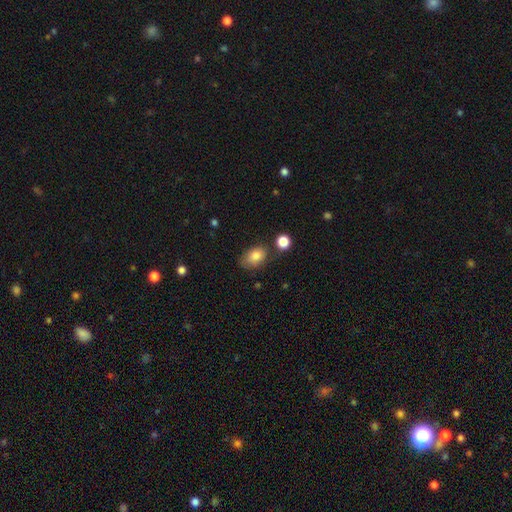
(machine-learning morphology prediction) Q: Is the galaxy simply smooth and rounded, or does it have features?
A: smooth — 83%.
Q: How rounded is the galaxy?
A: in between — 81%.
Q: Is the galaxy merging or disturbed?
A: none — 63%.